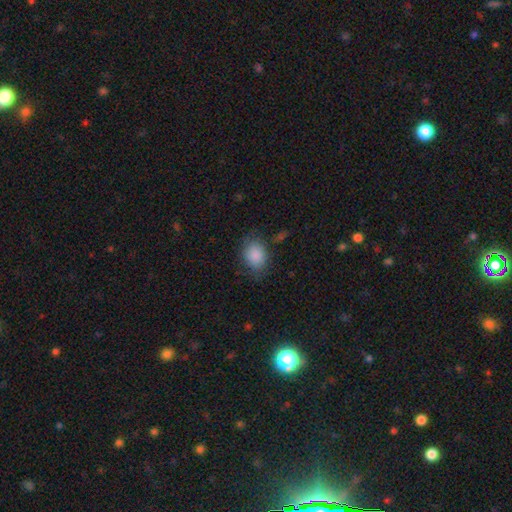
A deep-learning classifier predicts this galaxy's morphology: Smooth or featured? Predicted: smooth (p=0.86). How rounded? Predicted: in between (p=0.66). Merging? Predicted: none (p=0.72).